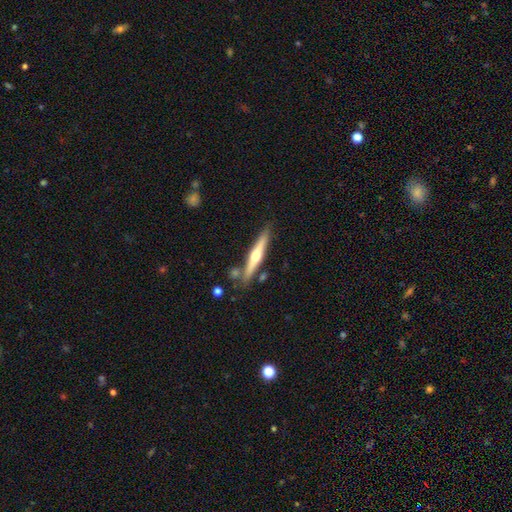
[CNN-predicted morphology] type=featured or disk (65%); edge-on=yes (97%); edge-on bulge=rounded (91%); merging=none (82%).